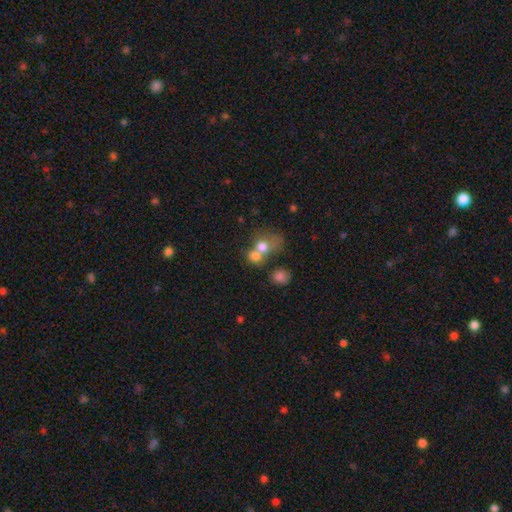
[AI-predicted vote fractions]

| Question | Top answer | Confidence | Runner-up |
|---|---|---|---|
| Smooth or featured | smooth | 72% | featured or disk (16%) |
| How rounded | round | 67% | in between (32%) |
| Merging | merger | 60% | none (26%) |